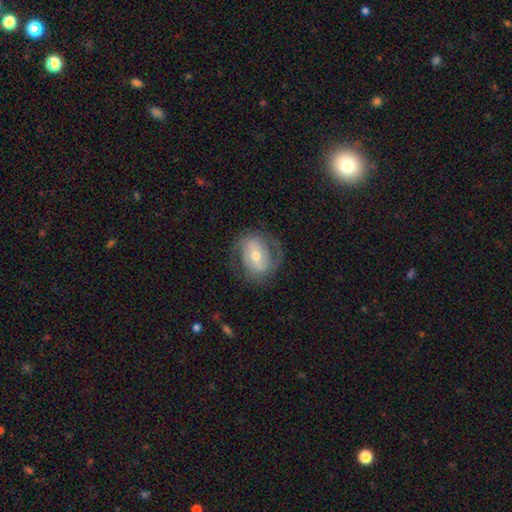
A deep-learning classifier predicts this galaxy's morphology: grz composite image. It shows a featured or disk galaxy (74%) with a weak bar (42%), 2 (78%) medium (44%) spiral arms (85%) and a moderate central bulge (63%). Merging: none (73%).